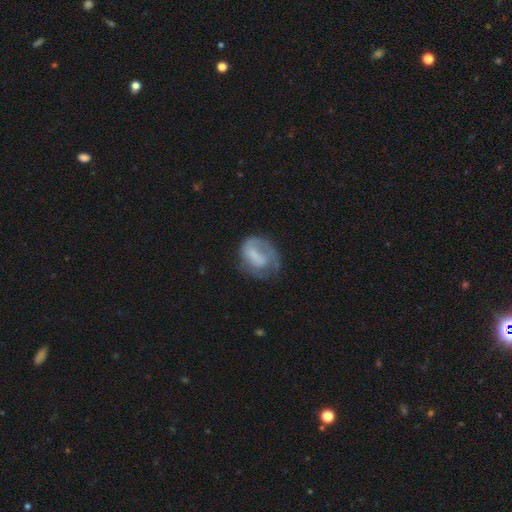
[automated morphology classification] smooth_or_featured: smooth (p=0.47) [alt: featured or disk p=0.45]
merging: none (p=0.41) [alt: major disturbance p=0.30]